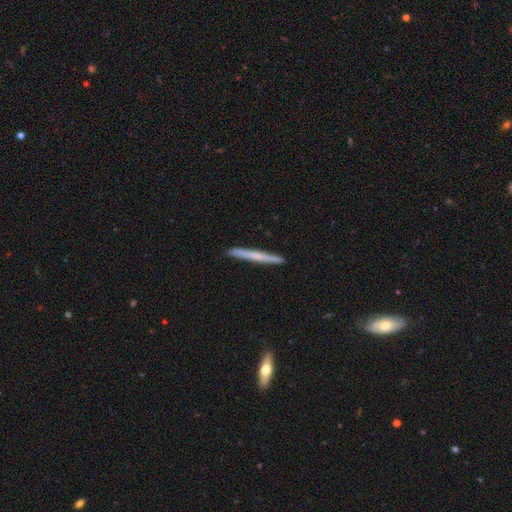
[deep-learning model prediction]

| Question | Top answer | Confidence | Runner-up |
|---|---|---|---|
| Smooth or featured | smooth | 52% | featured or disk (43%) |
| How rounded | cigar-shaped | 97% | in between (2%) |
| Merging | none | 92% | minor disturbance (6%) |